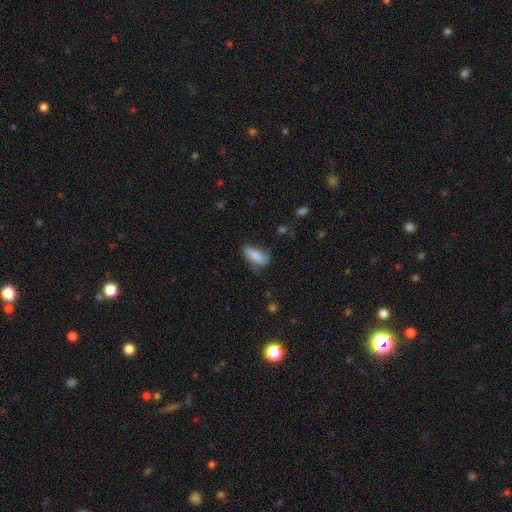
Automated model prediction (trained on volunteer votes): Smooth or featured? Predicted: smooth (p=0.70). How rounded? Predicted: in between (p=0.73). Merging? Predicted: none (p=0.50).